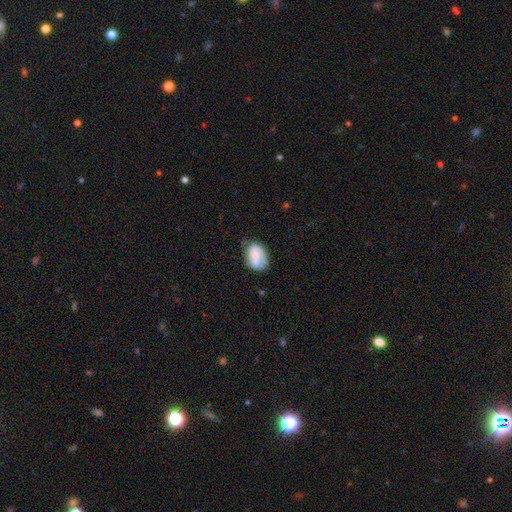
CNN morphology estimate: type=smooth (55%); roundness=in between (82%); merging=none (54%).